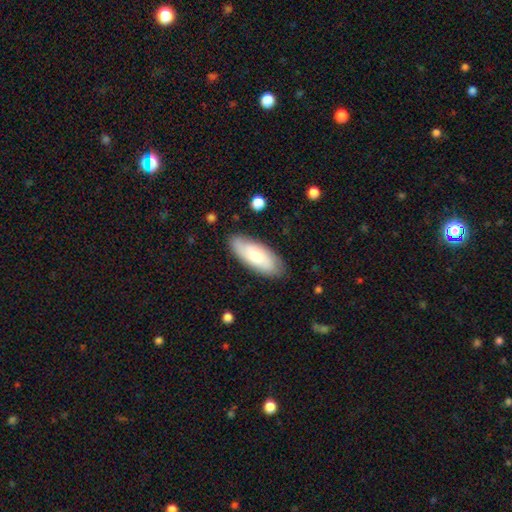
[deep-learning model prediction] Q: Smooth or featured?
A: smooth (69%); runner-up: featured or disk (26%)
Q: How rounded?
A: in between (77%); runner-up: cigar-shaped (21%)
Q: Merging?
A: none (83%); runner-up: minor disturbance (13%)